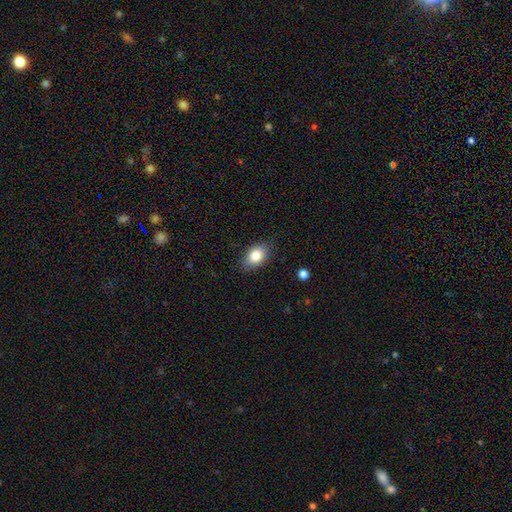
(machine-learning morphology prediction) Smooth or featured? Predicted: smooth (p=0.82). How rounded? Predicted: in between (p=0.85). Merging? Predicted: none (p=0.82).